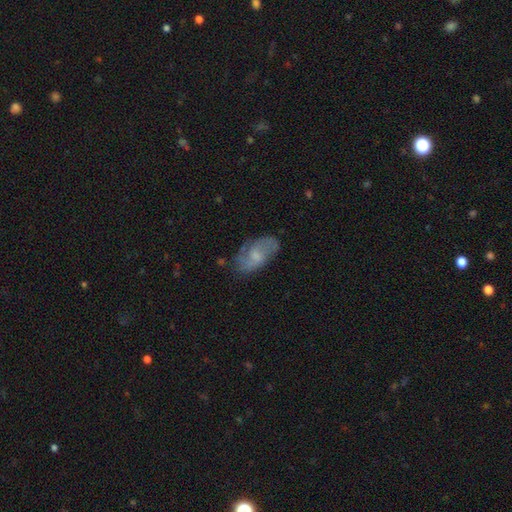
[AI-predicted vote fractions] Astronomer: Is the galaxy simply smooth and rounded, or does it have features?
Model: featured or disk — 54% (runner-up: smooth, 38%).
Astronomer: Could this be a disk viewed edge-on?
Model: no — 94%.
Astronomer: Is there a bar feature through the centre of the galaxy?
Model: no — 54% (runner-up: weak, 40%).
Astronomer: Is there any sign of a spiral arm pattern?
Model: yes — 77%.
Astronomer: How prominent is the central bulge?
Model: moderate — 40%, tied with small at 40%.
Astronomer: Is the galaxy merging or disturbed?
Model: none — 67%.